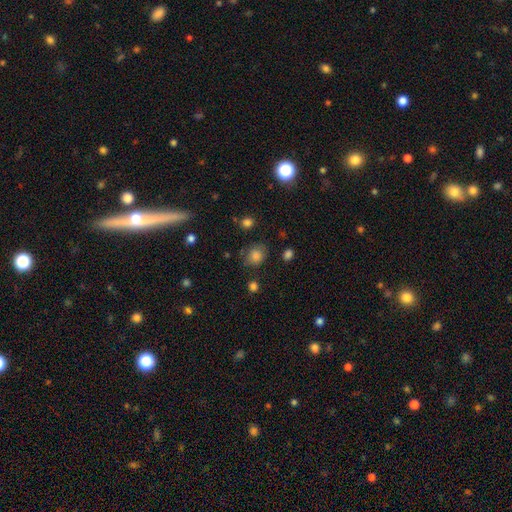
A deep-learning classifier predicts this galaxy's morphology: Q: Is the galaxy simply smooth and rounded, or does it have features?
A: smooth — 80%.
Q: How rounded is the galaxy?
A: round — 64%.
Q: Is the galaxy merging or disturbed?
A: none — 75%.